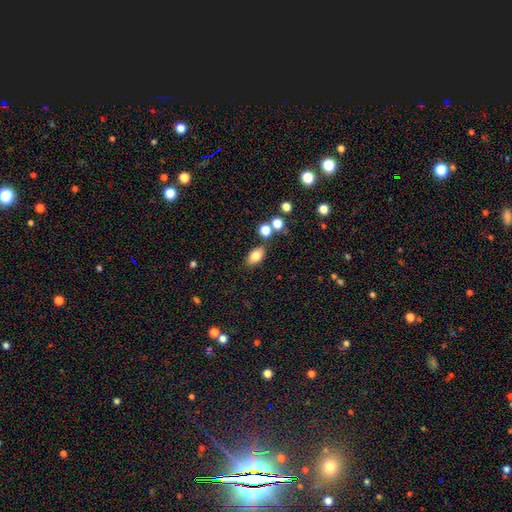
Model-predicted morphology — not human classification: A smooth galaxy with no disk features (80%) that is in between round and cigar-shaped (88%). Merging: none (77%).